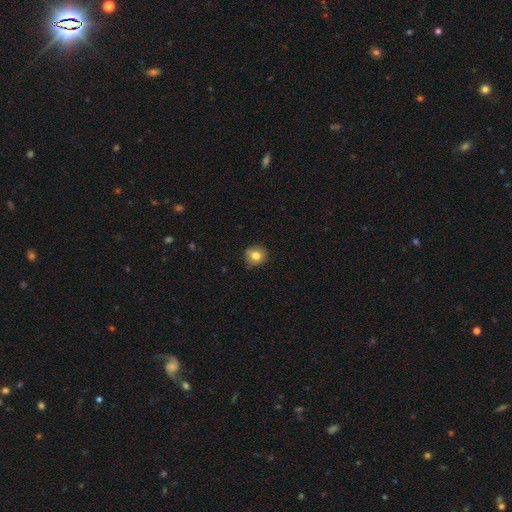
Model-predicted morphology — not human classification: The model was most divided on "smooth or featured": smooth: 80%, star or artifact: 10%, featured or disk: 10%. More confident: how rounded — round (88%); merging — none (84%).